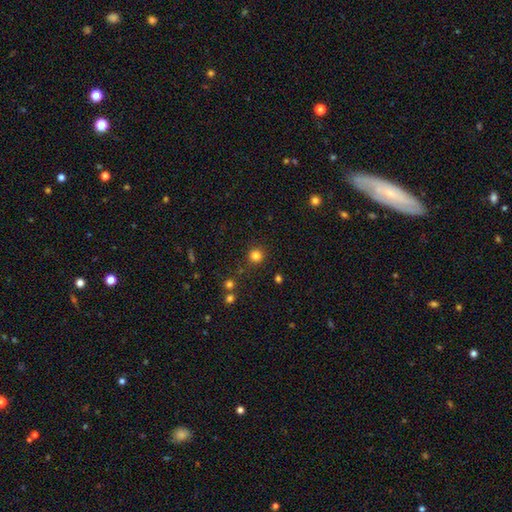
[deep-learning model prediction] A smooth galaxy with no disk features (81%) that is round (94%).

Vote fractions:
- Smooth or featured? smooth: 81% / star or artifact: 14% / featured or disk: 5%
- How rounded? round: 94% / in between: 5% / cigar-shaped: 1%
- Merging? none: 89% / minor disturbance: 6% / merger: 3% / major disturbance: 2%